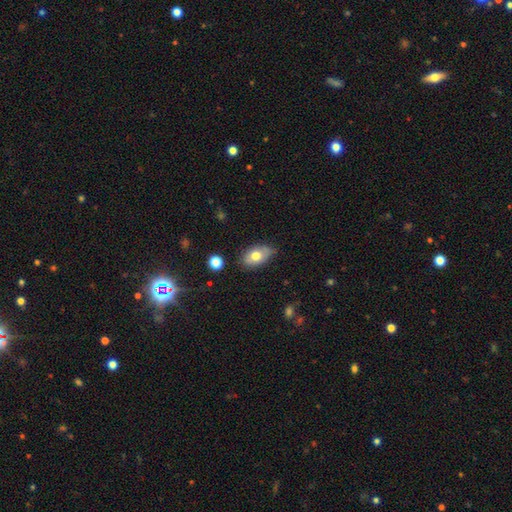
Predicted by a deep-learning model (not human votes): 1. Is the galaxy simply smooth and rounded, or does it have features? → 71% smooth, 21% featured or disk, 8% star or artifact.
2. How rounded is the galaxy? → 90% in between, 8% round, 2% cigar-shaped.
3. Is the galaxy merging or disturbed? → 72% none, 22% minor disturbance, 4% major disturbance, 2% merger.